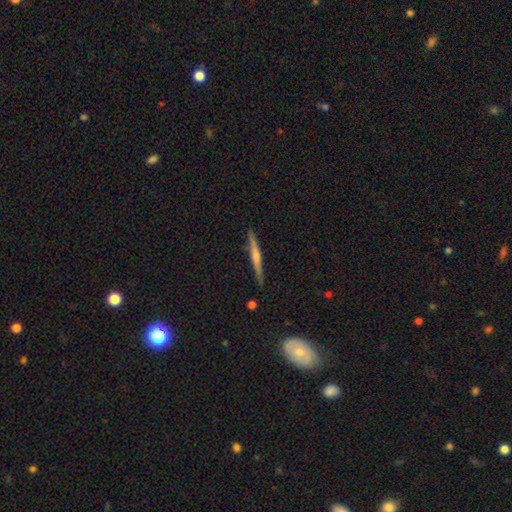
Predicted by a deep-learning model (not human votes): Smooth or featured? featured or disk (74%)
Edge-on disk? yes (98%)
Edge-on bulge? rounded (74%)
Merging? none (90%)